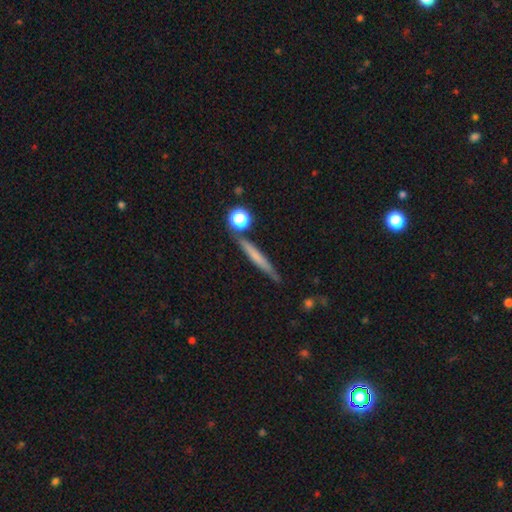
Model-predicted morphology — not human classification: This is possibly a smooth galaxy (54%). How rounded: clearly cigar-shaped (91%). Merging: clearly none (80%).